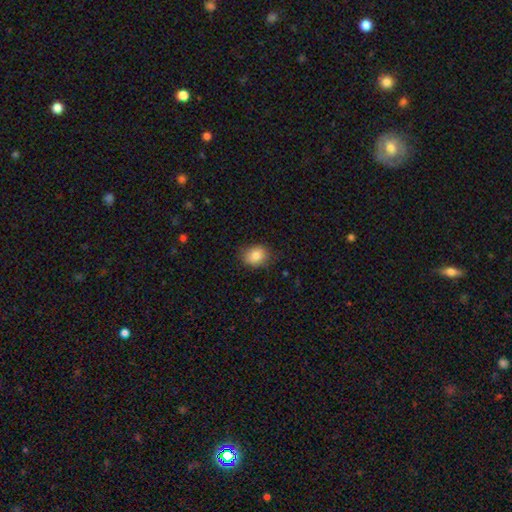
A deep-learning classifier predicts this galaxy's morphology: smooth 83%, star or artifact 9%, featured or disk 8%. Down the decision tree: how rounded — in between (50%); merging — none (80%).